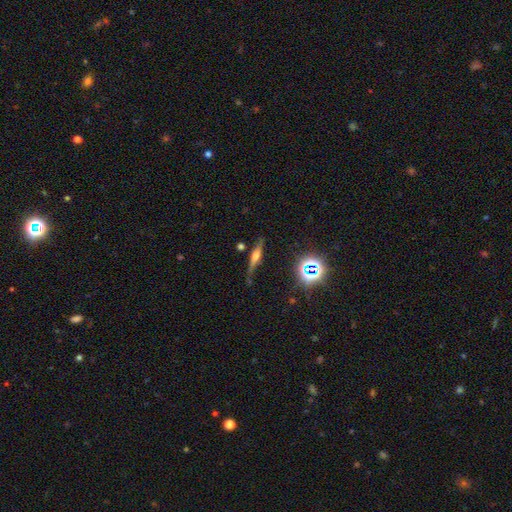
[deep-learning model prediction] Overall: featured or disk (58%; smooth 27%). Edge-on disk: yes (92%). Edge-on bulge: rounded (75%). Merging: none (74%).